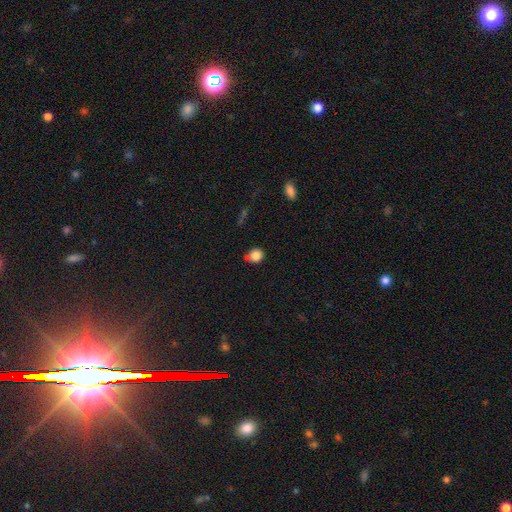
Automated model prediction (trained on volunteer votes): Morphology: type=smooth (84%); roundness=round (77%); merging=none (58%).